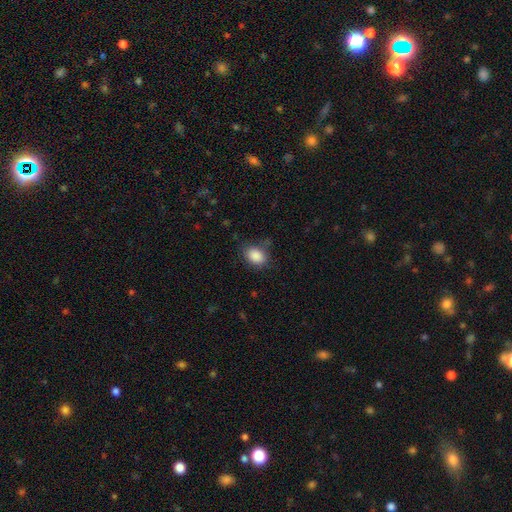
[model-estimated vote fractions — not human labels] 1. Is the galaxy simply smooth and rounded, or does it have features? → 87% smooth, 9% star or artifact, 4% featured or disk.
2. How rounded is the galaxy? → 69% in between, 30% round, 1% cigar-shaped.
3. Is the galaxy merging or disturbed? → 75% none, 18% minor disturbance, 5% major disturbance, 2% merger.